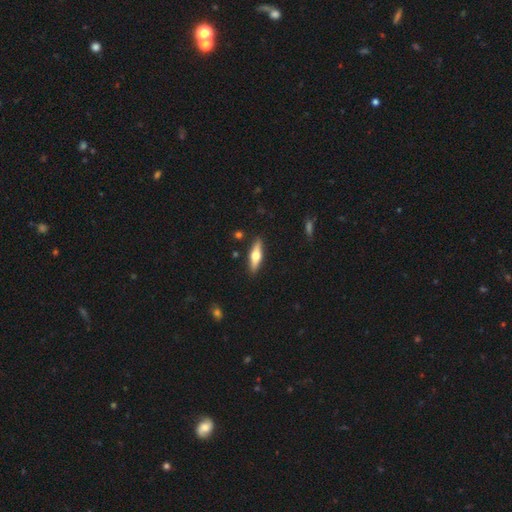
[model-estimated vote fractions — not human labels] Smooth or featured: featured or disk — 49% (smooth — 46%)
Merging: none — 89% (minor disturbance — 8%)